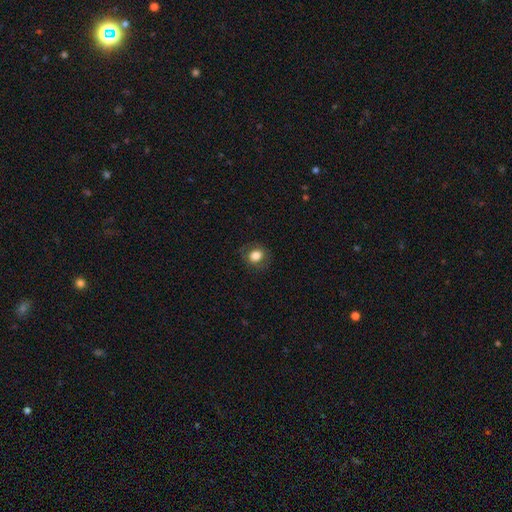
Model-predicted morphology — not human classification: Overall: smooth (80%). How rounded: round (65%; in between 34%). Merging: none (83%).